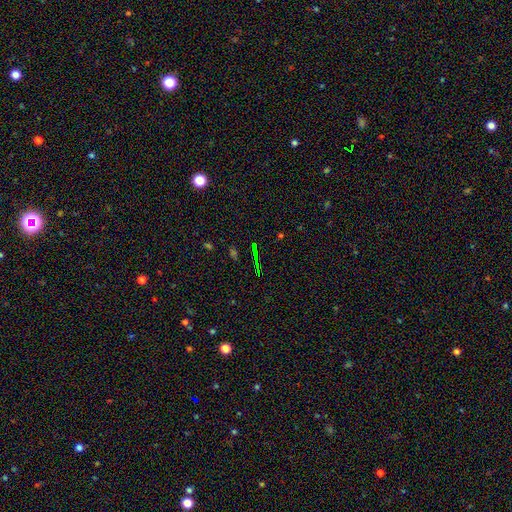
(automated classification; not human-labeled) Q: Smooth or featured?
A: star or artifact (66%); runner-up: smooth (18%)